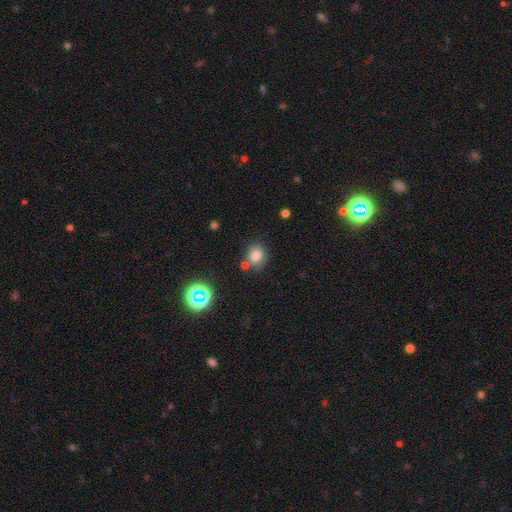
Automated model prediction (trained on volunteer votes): smooth_or_featured: smooth (p=0.77) [alt: star or artifact p=0.14]
how_rounded: round (p=0.66) [alt: in between p=0.32]
merging: none (p=0.69) [alt: minor disturbance p=0.14]